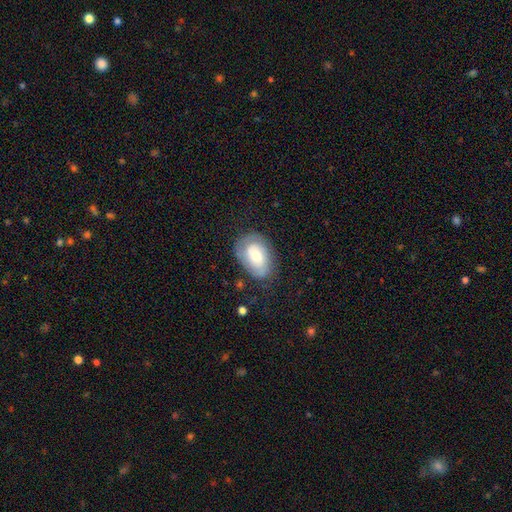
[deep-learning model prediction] Smooth or featured: smooth — 51% (featured or disk — 42%)
How rounded: in between — 85% (round — 13%)
Merging: none — 65% (minor disturbance — 23%)